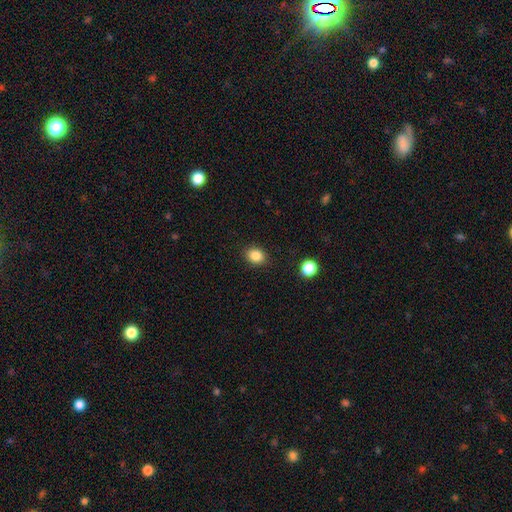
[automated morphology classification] A smooth galaxy with no disk features (85%) that is round (54%).

Vote fractions:
- Smooth or featured? smooth: 85% / star or artifact: 10% / featured or disk: 5%
- How rounded? round: 54% / in between: 45% / cigar-shaped: 1%
- Merging? none: 88% / minor disturbance: 8% / major disturbance: 2% / merger: 1%